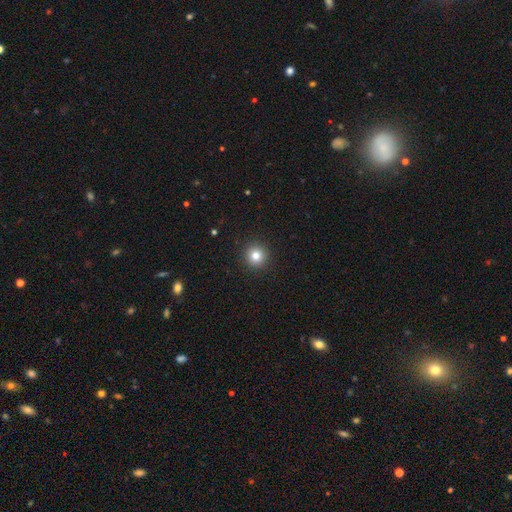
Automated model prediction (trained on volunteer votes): This is clearly a smooth galaxy (82%). How rounded: clearly round (95%). Merging: clearly none (93%).